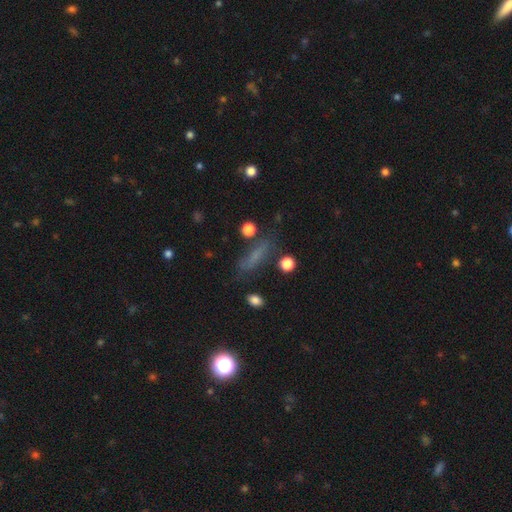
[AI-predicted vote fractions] smooth_or_featured: smooth (p=0.60) [alt: featured or disk p=0.22]
how_rounded: cigar-shaped (p=0.68) [alt: in between p=0.26]
merging: none (p=0.72) [alt: minor disturbance p=0.17]